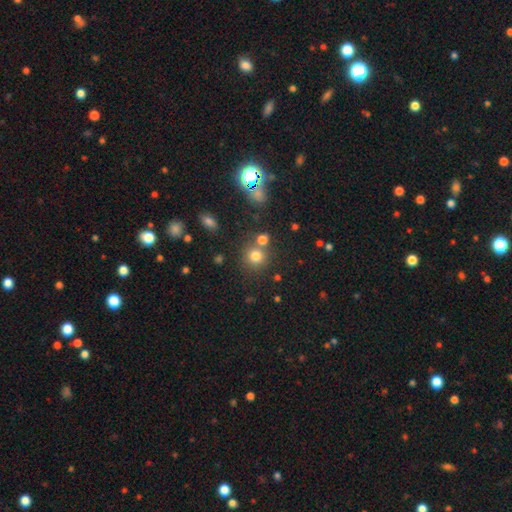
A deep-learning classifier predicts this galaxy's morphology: A smooth galaxy with no disk features (74%) that is round (90%).

Vote fractions:
- Smooth or featured? smooth: 74% / star or artifact: 18% / featured or disk: 7%
- How rounded? round: 90% / in between: 9% / cigar-shaped: 1%
- Merging? none: 70% / merger: 18% / minor disturbance: 9% / major disturbance: 4%